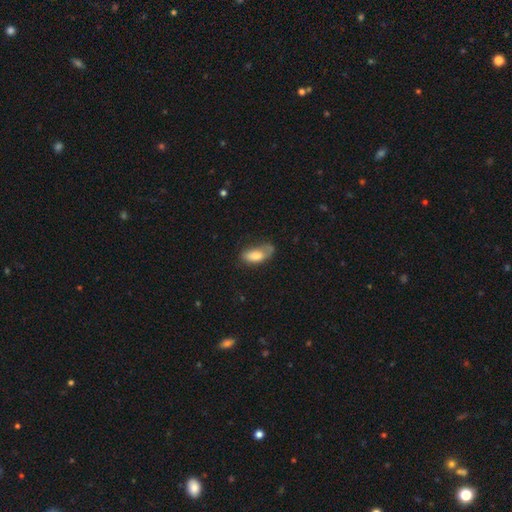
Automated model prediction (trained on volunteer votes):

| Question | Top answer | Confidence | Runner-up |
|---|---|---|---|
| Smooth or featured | smooth | 77% | featured or disk (16%) |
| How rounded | in between | 87% | cigar-shaped (9%) |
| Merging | none | 40% | minor disturbance (34%) |